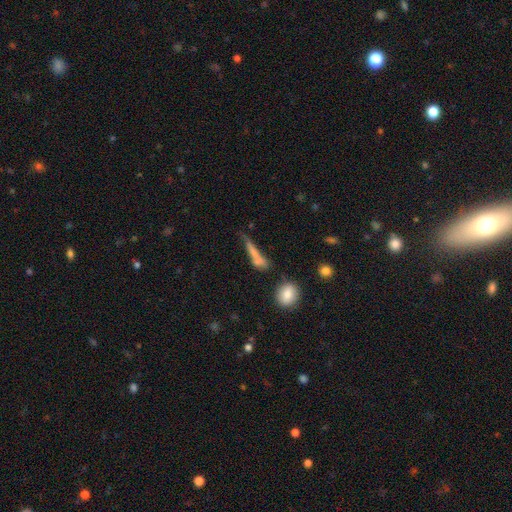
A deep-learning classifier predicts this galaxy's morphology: Smooth or featured: smooth — 61% (featured or disk — 27%)
How rounded: cigar-shaped — 77% (in between — 17%)
Merging: none — 43% (merger — 21%)